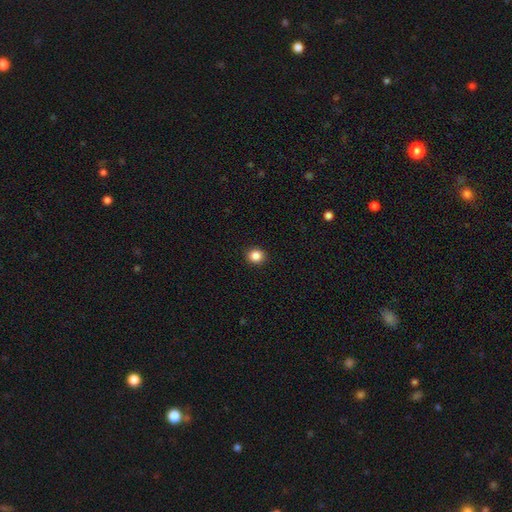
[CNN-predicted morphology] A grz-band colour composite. It shows a smooth galaxy with no disk features (85%) that is round (85%). Merging: none (93%).